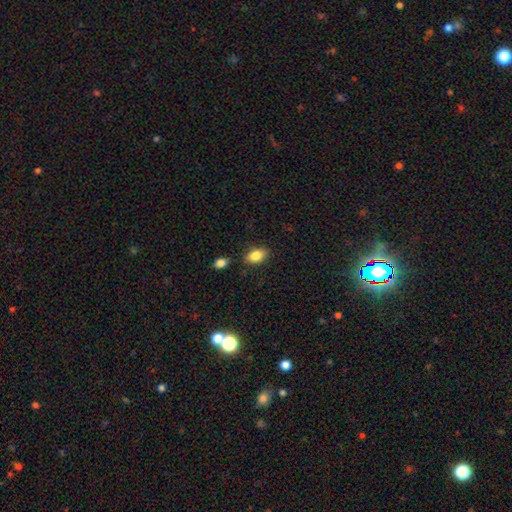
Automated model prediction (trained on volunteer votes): Q: Smooth or featured?
A: smooth (84%); runner-up: featured or disk (8%)
Q: How rounded?
A: in between (89%); runner-up: round (9%)
Q: Merging?
A: none (82%); runner-up: minor disturbance (11%)